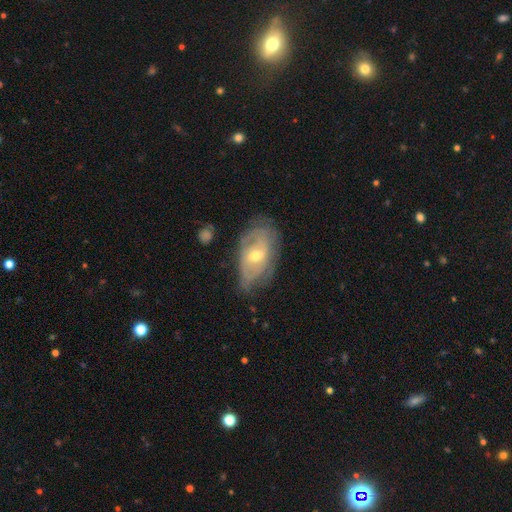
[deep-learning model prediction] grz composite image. It shows a featured or disk galaxy (70%) with no bar (53%), spiral arms (72%) and a moderate central bulge (58%). Merging: none (55%).